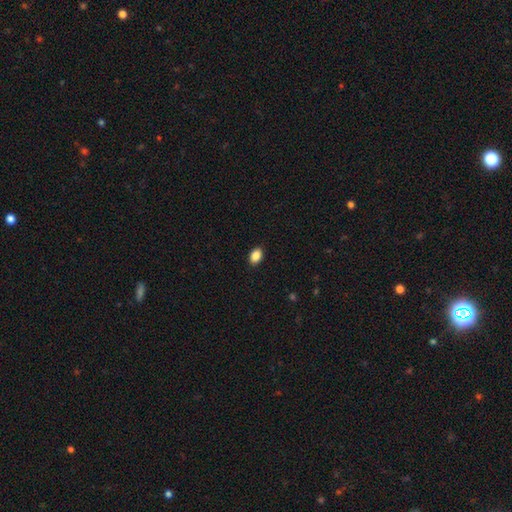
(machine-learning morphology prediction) This is clearly a smooth galaxy (88%). How rounded: clearly in between (82%). Merging: clearly none (90%).